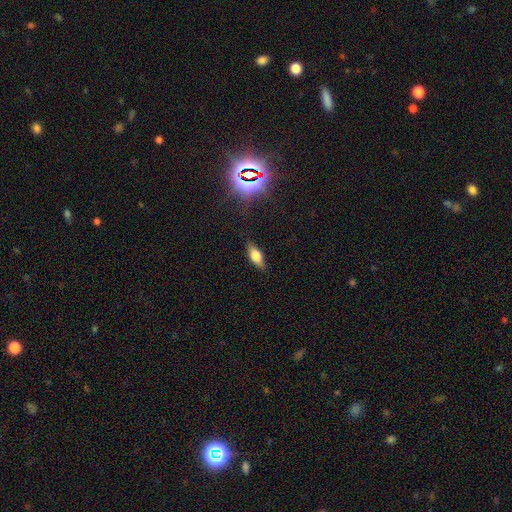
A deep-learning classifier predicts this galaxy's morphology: A smooth galaxy with no disk features (65%) that is in between round and cigar-shaped (75%).

Vote fractions:
- Smooth or featured? smooth: 65% / featured or disk: 24% / star or artifact: 11%
- How rounded? in between: 75% / cigar-shaped: 21% / round: 4%
- Merging? none: 83% / minor disturbance: 13% / major disturbance: 3% / merger: 1%